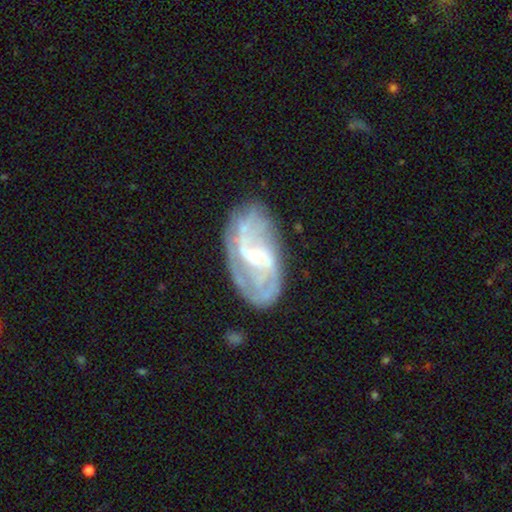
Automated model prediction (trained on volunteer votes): Q: Smooth or featured?
A: featured or disk (82%); runner-up: smooth (11%)
Q: Edge-on disk?
A: no (96%); runner-up: yes (4%)
Q: Bar?
A: weak (47%); runner-up: no (38%)
Q: Spiral arms?
A: yes (89%); runner-up: no (11%)
Q: Spiral winding?
A: medium (41%); runner-up: tight (34%)
Q: Spiral arm count?
A: 2 (42%); runner-up: can't tell (29%)
Q: Bulge size?
A: small (71%); runner-up: moderate (22%)
Q: Merging?
A: none (69%); runner-up: minor disturbance (19%)